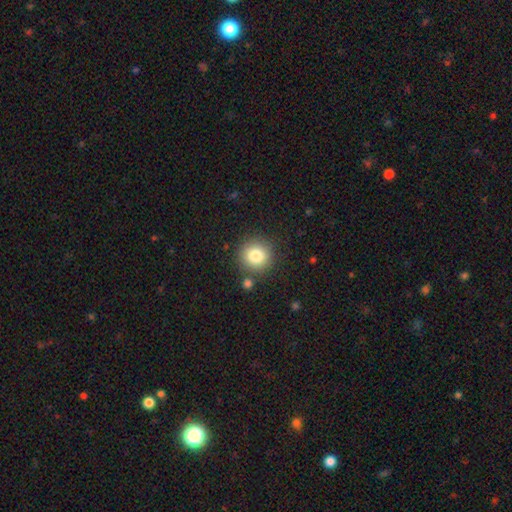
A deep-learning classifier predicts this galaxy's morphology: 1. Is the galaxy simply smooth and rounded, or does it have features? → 82% smooth, 11% star or artifact, 8% featured or disk.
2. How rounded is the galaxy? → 93% round, 6% in between, 1% cigar-shaped.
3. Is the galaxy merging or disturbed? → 83% none, 8% minor disturbance, 6% merger, 3% major disturbance.